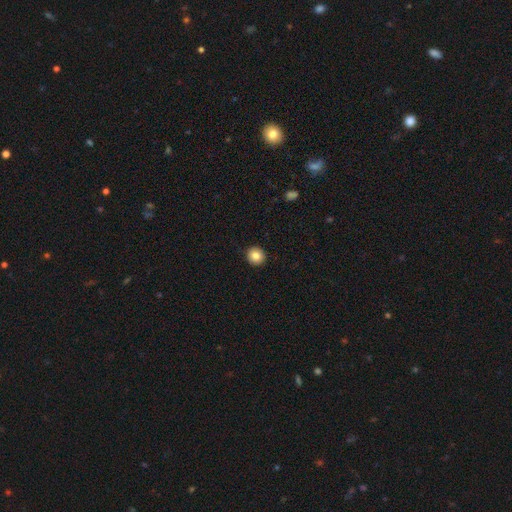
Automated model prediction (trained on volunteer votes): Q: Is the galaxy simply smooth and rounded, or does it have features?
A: smooth — 84%.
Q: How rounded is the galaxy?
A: round — 94%.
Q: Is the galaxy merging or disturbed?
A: none — 93%.